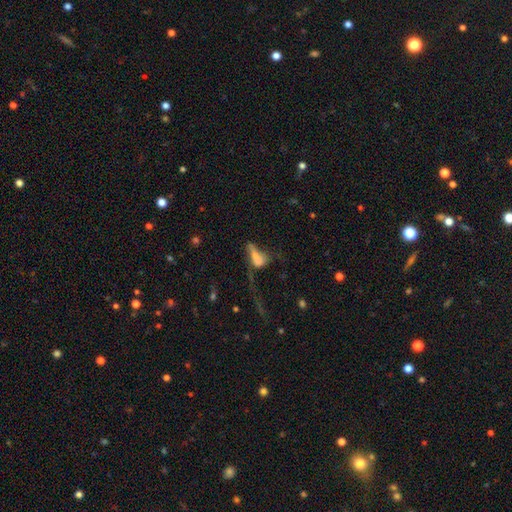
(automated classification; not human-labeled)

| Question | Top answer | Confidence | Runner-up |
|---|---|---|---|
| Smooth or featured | smooth | 49% | featured or disk (33%) |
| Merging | major disturbance | 51% | merger (19%) |